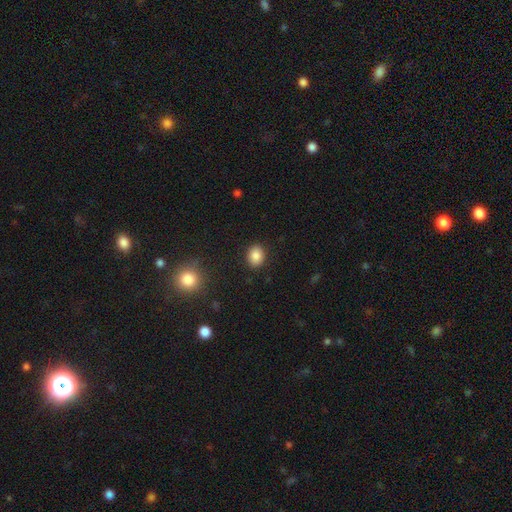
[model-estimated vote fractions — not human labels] A smooth galaxy with no disk features (86%) that is in between round and cigar-shaped (52%).

Vote fractions:
- Smooth or featured? smooth: 86% / star or artifact: 9% / featured or disk: 4%
- How rounded? in between: 52% / round: 47% / cigar-shaped: 1%
- Merging? none: 89% / minor disturbance: 7% / major disturbance: 2% / merger: 1%